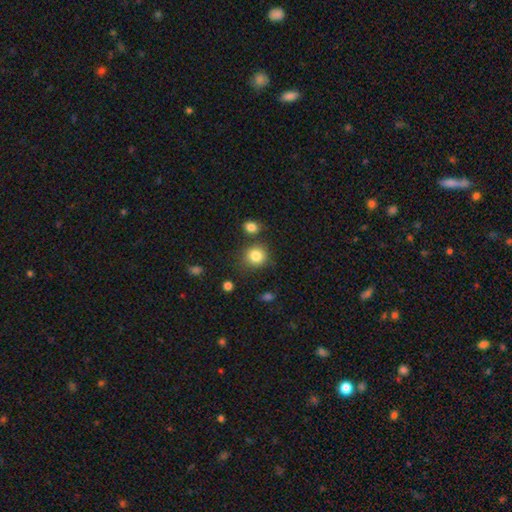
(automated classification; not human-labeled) A smooth galaxy with no disk features (84%) that is round (86%). Merging: none (77%).